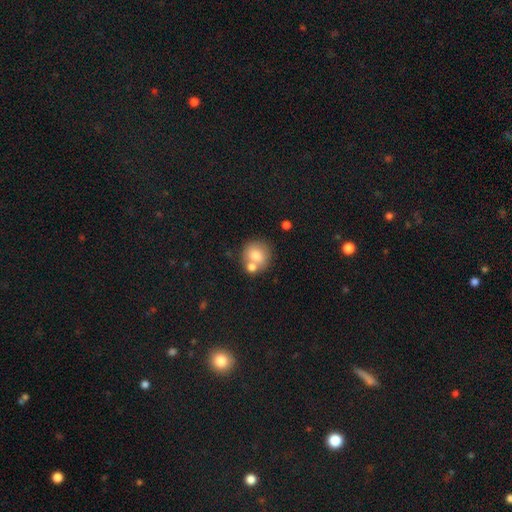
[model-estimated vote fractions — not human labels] A smooth galaxy with no disk features (77%) that is round (86%).

Vote fractions:
- Smooth or featured? smooth: 77% / featured or disk: 14% / star or artifact: 9%
- How rounded? round: 86% / in between: 13% / cigar-shaped: 1%
- Merging? none: 59% / merger: 27% / minor disturbance: 11% / major disturbance: 3%